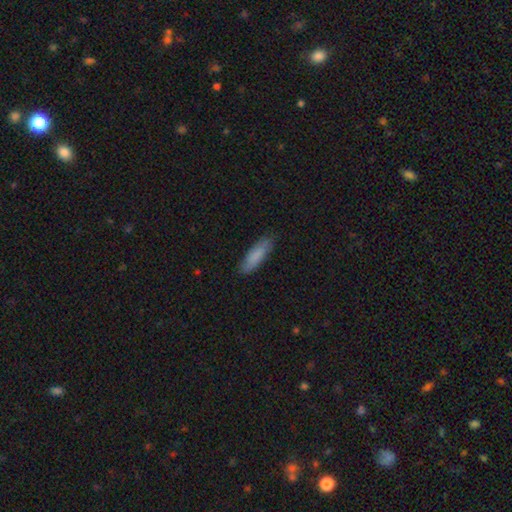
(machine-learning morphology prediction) A smooth galaxy with no disk features (85%) that is cigar-shaped (57%). Merging: none (84%).